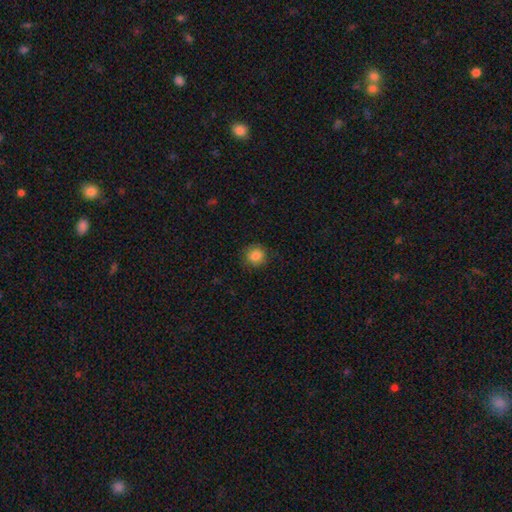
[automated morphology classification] Smooth or featured?
  - smooth: 85% *
  - star or artifact: 10%
  - featured or disk: 5%
How rounded?
  - round: 89% *
  - in between: 10%
  - cigar-shaped: 1%
Merging?
  - none: 86% *
  - minor disturbance: 10%
  - major disturbance: 3%
  - merger: 1%